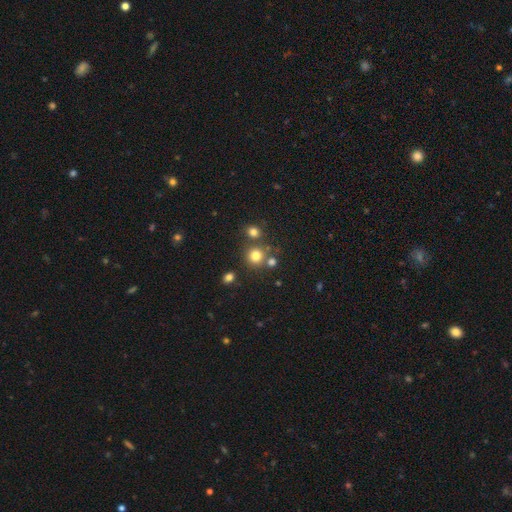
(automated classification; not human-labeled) smooth 76%, star or artifact 17%, featured or disk 7%. Down the decision tree: how rounded — round (91%); merging — none (73%).